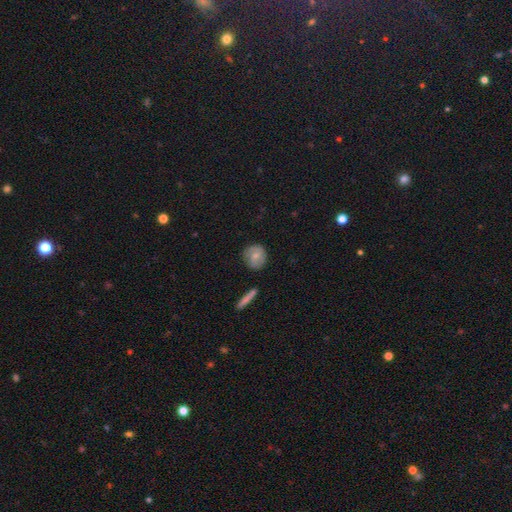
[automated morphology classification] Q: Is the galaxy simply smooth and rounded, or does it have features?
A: smooth — 62%.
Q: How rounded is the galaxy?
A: round — 77%.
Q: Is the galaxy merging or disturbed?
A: none — 76%.